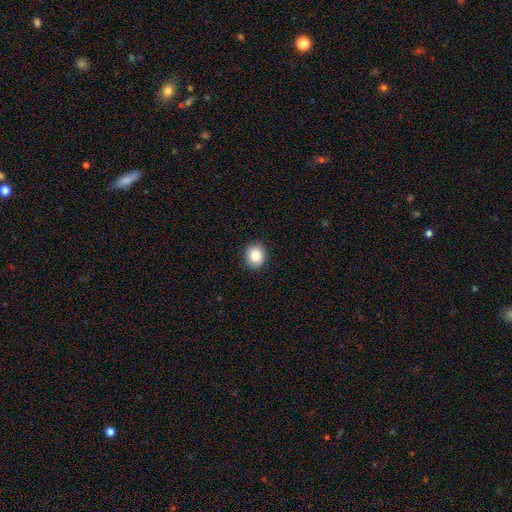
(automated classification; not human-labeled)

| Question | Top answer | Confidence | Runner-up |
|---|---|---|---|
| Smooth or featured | smooth | 86% | star or artifact (9%) |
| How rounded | round | 71% | in between (29%) |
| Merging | none | 91% | minor disturbance (6%) |